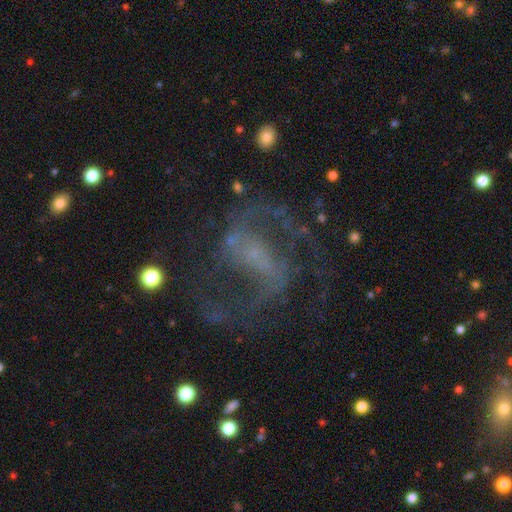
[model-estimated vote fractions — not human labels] Morphology: type=featured or disk (86%); edge-on=no (98%); bar=strong (42%); spiral arms=yes (94%); winding=medium (57%); arm count=2 (89%); bulge=small (49%); merging=none (68%).